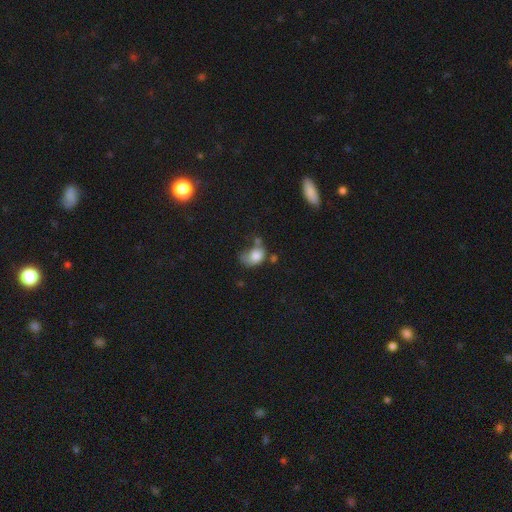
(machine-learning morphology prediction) smooth-or-featured: smooth: 75% | featured or disk: 16% | star or artifact: 10%
  how-rounded: in between: 66% | round: 32% | cigar-shaped: 1%
  merging: major disturbance: 34% | minor disturbance: 26% | none: 22% | merger: 18%